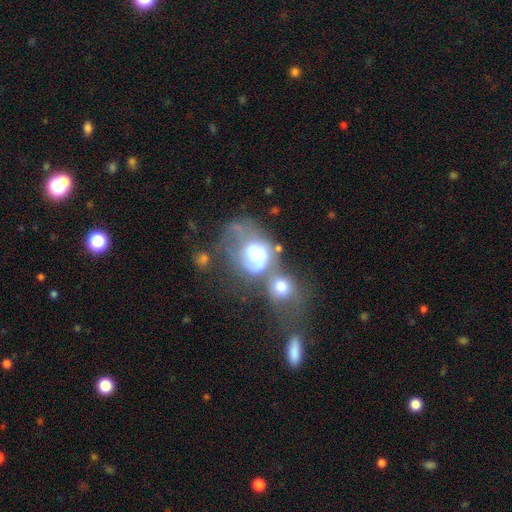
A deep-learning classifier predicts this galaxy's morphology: smooth_or_featured: smooth (p=0.45) [alt: featured or disk p=0.44]
merging: merger (p=0.59) [alt: major disturbance p=0.21]